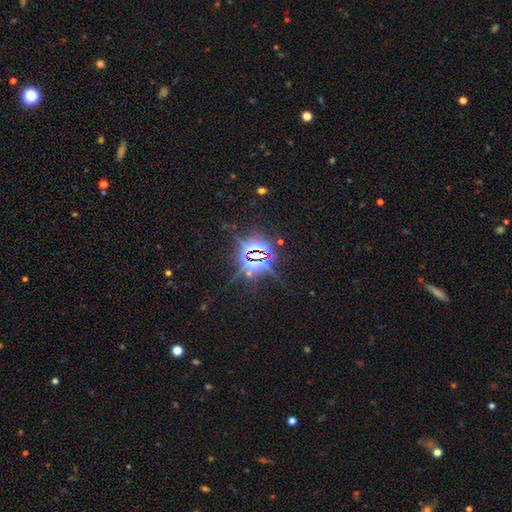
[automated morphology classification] smooth_or_featured: star or artifact (p=0.85) [alt: featured or disk p=0.08]